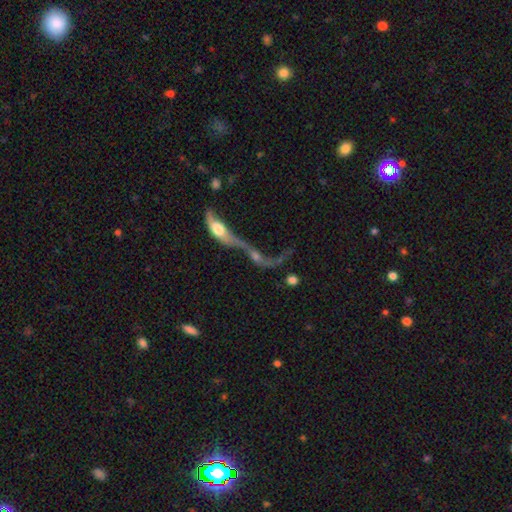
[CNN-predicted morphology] This is possibly a featured or disk galaxy (54%). It is possibly not viewed edge-on (50%, tied with yes). Merging: marginally merger (39%).